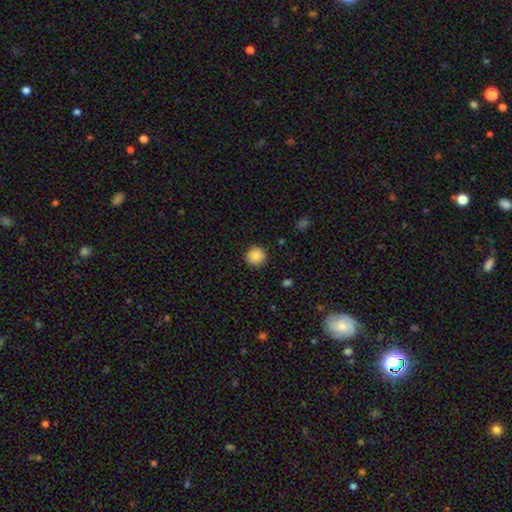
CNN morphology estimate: A smooth galaxy with no disk features (88%) that is round (95%). Merging: none (92%).